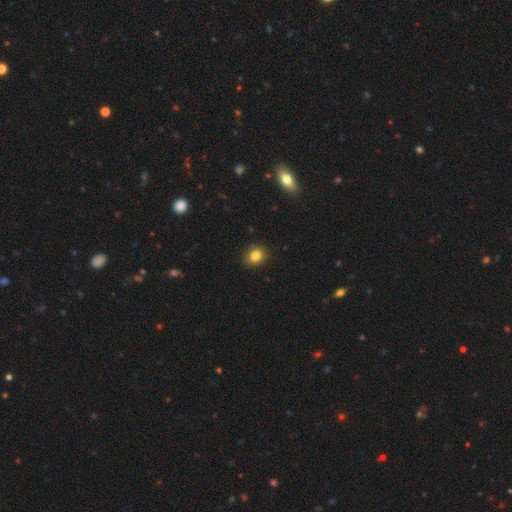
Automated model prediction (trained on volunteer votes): Morphology: type=smooth (83%); roundness=round (68%); merging=none (86%).